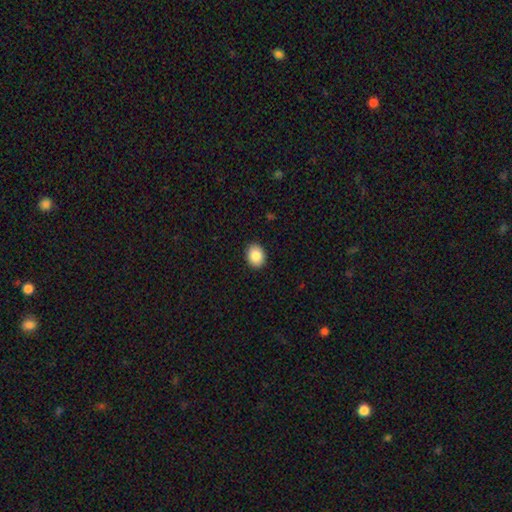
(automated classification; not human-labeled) Q: Smooth or featured?
A: smooth (87%); runner-up: star or artifact (8%)
Q: How rounded?
A: in between (56%); runner-up: round (43%)
Q: Merging?
A: none (91%); runner-up: minor disturbance (7%)